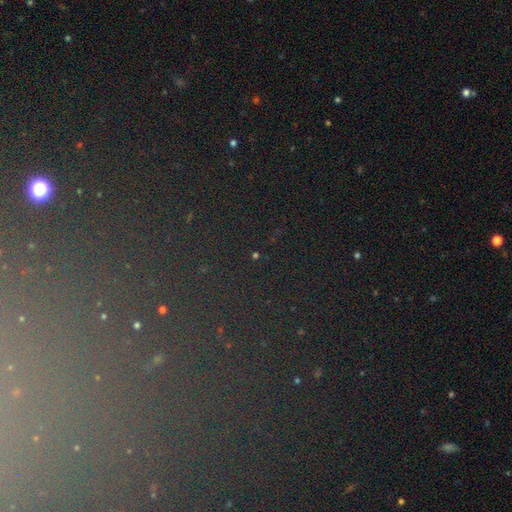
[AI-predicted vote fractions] Smooth or featured: star or artifact — 75% (smooth — 16%)